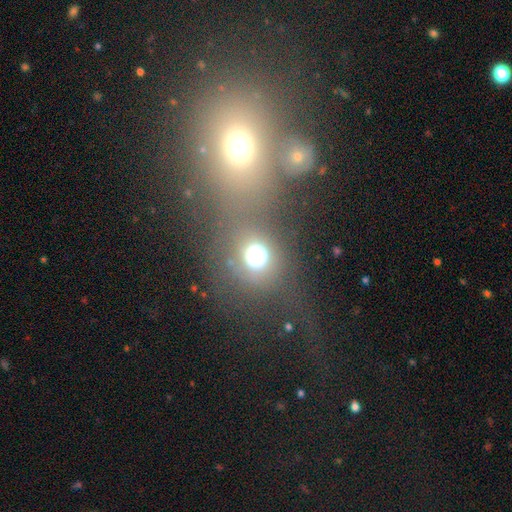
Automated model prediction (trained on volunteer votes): smooth_or_featured: smooth (p=0.70) [alt: star or artifact p=0.17]
how_rounded: round (p=0.74) [alt: in between p=0.25]
merging: none (p=0.48) [alt: merger p=0.31]